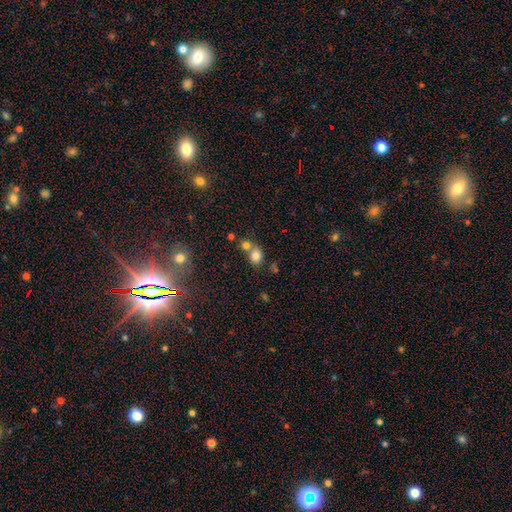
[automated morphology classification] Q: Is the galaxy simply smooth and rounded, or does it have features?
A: smooth — 79%.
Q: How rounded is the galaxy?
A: round — 59%.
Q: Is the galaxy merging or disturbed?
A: merger — 45%.